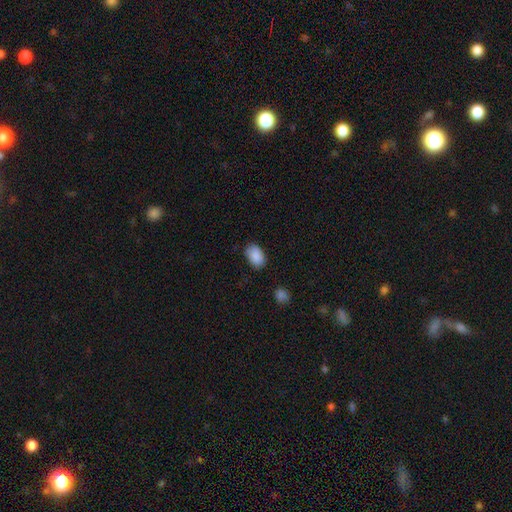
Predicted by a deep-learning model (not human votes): Morphology: type=smooth (89%); roundness=in between (88%); merging=none (76%).